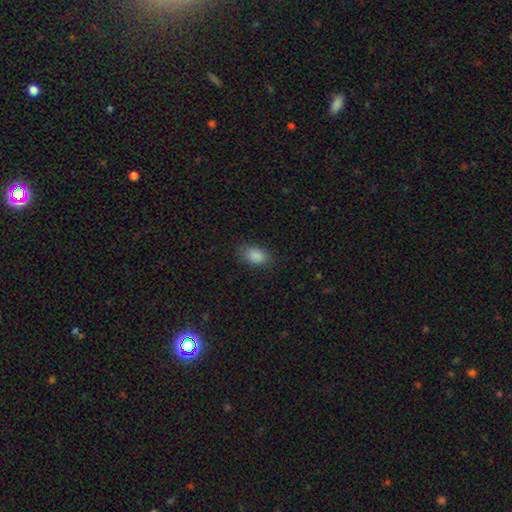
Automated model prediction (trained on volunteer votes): Smooth or featured: smooth — 88% (star or artifact — 8%)
How rounded: in between — 87% (round — 12%)
Merging: none — 81% (minor disturbance — 14%)